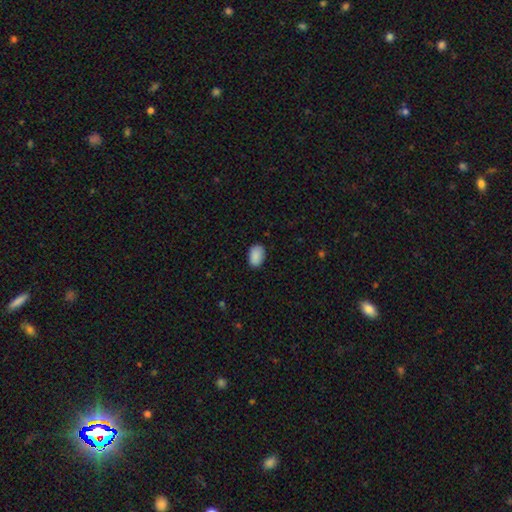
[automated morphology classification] Smooth or featured: smooth — 90% (star or artifact — 7%)
How rounded: in between — 89% (round — 10%)
Merging: none — 85% (minor disturbance — 12%)